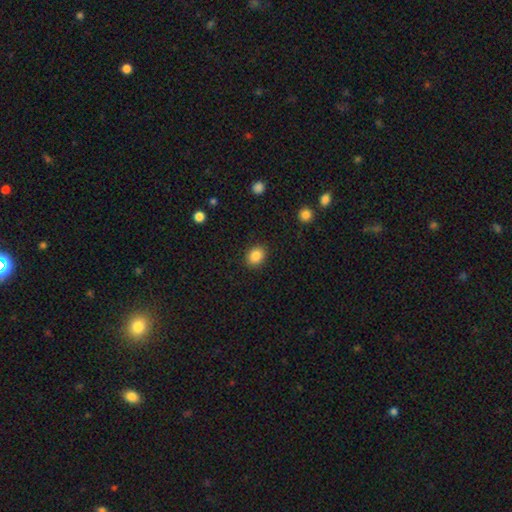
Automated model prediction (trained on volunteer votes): The model was most divided on "how rounded": round: 50%, in between: 49%, cigar-shaped: 1%. More confident: merging — none (89%); smooth or featured — smooth (87%).